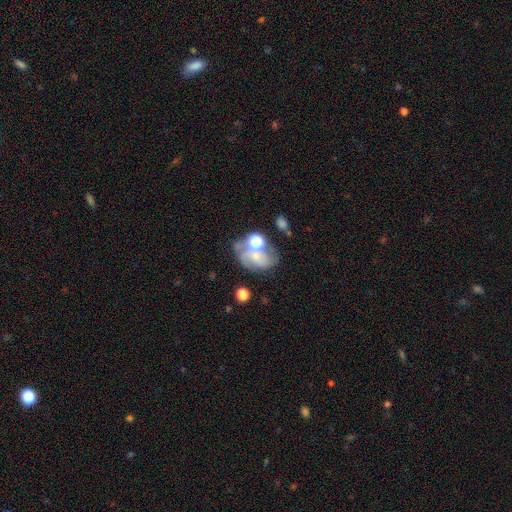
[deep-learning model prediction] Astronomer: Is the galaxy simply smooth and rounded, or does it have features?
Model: featured or disk — 43%, tied with smooth at 43%.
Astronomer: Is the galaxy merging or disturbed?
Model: none — 33% (runner-up: merger, 27%).